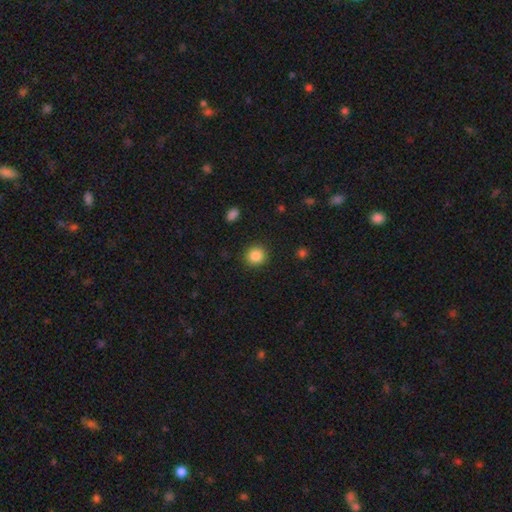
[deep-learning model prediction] This appears to be a smooth galaxy with no disk features (86%) that is round (91%). Merging: none (90%).